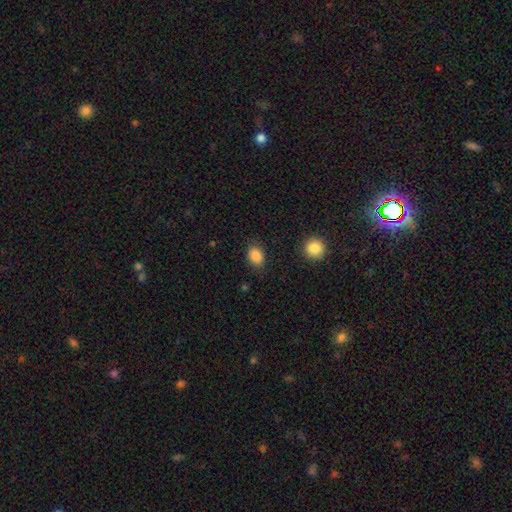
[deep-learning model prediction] Smooth or featured: smooth — 87% (star or artifact — 9%)
How rounded: in between — 71% (round — 28%)
Merging: none — 82% (minor disturbance — 13%)